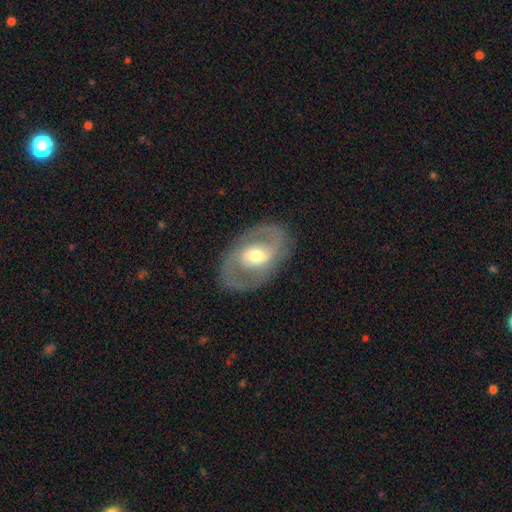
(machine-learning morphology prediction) Smooth or featured?
  - featured or disk: 79% *
  - smooth: 16%
  - star or artifact: 5%
Edge-on disk?
  - no: 95% *
  - yes: 5%
Bar?
  - weak: 41% *
  - no: 39%
  - strong: 19%
Spiral arms?
  - yes: 81% *
  - no: 19%
Spiral winding?
  - medium: 52% *
  - tight: 28%
  - loose: 21%
Spiral arm count?
  - 2: 87% *
  - can't tell: 7%
  - 1: 3%
  - 3: 1%
  - 4: 1%
  - more than 4: 1%
Bulge size?
  - moderate: 67% *
  - small: 21%
  - large: 10%
  - dominant: 1%
  - none: 1%
Merging?
  - none: 83% *
  - minor disturbance: 11%
  - major disturbance: 5%
  - merger: 1%